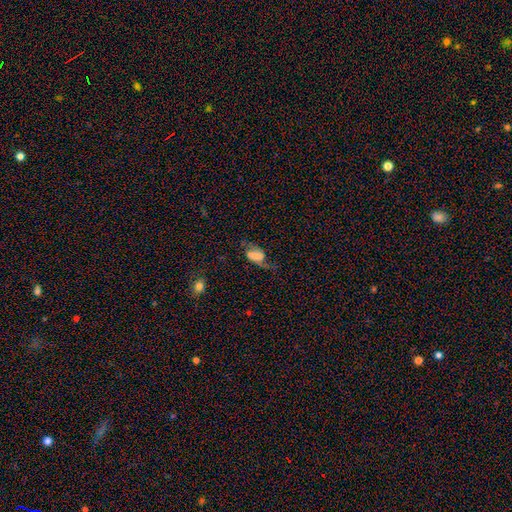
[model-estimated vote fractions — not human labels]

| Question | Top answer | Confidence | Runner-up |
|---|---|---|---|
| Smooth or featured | featured or disk | 50% | smooth (40%) |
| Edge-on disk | no | 96% | yes (4%) |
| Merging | none | 40% | major disturbance (33%) |